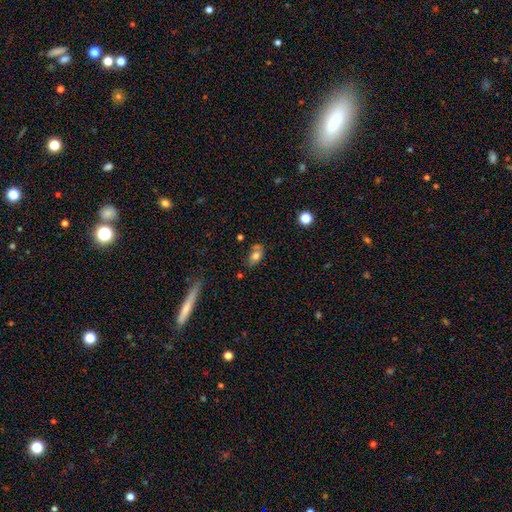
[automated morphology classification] smooth_or_featured: smooth (p=0.71) [alt: featured or disk p=0.18]
how_rounded: in between (p=0.81) [alt: round p=0.15]
merging: none (p=0.50) [alt: minor disturbance p=0.25]